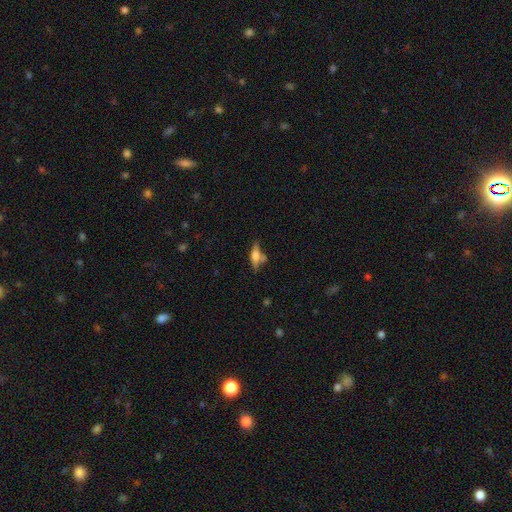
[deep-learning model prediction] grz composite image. It shows a featured or disk galaxy (49%). Merging: none (57%).